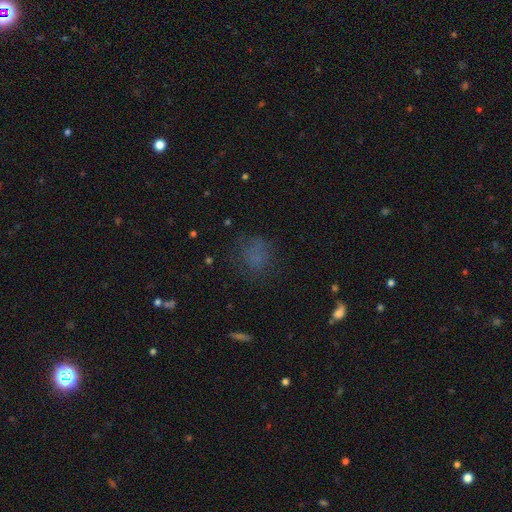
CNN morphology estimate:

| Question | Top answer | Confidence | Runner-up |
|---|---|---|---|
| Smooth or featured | smooth | 65% | star or artifact (23%) |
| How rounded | round | 74% | in between (25%) |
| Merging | none | 67% | minor disturbance (18%) |